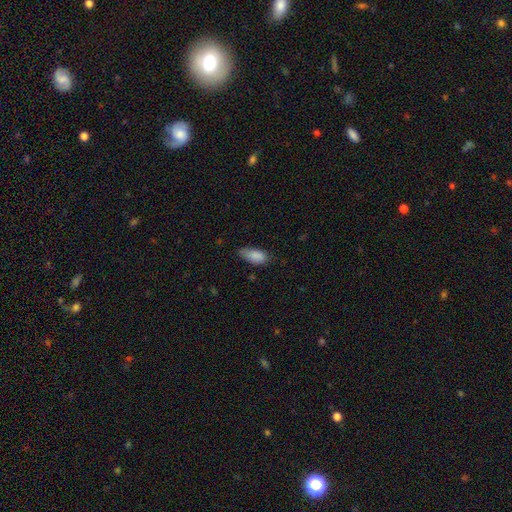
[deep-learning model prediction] Morphology: type=smooth (87%); roundness=in between (88%); merging=none (60%).